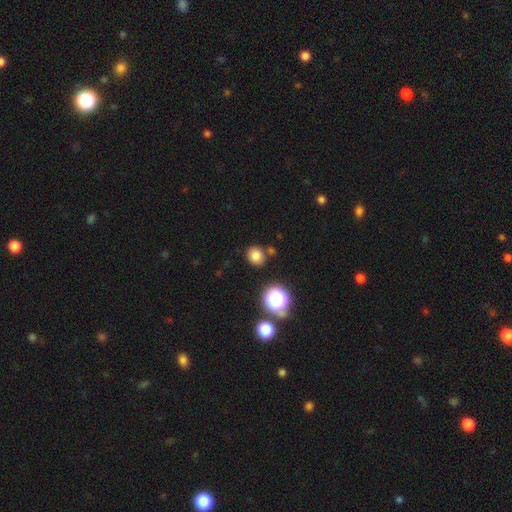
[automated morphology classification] Smooth or featured?
  - smooth: 79% *
  - star or artifact: 15%
  - featured or disk: 6%
How rounded?
  - round: 74% *
  - in between: 25%
  - cigar-shaped: 1%
Merging?
  - none: 82% *
  - minor disturbance: 9%
  - merger: 6%
  - major disturbance: 3%